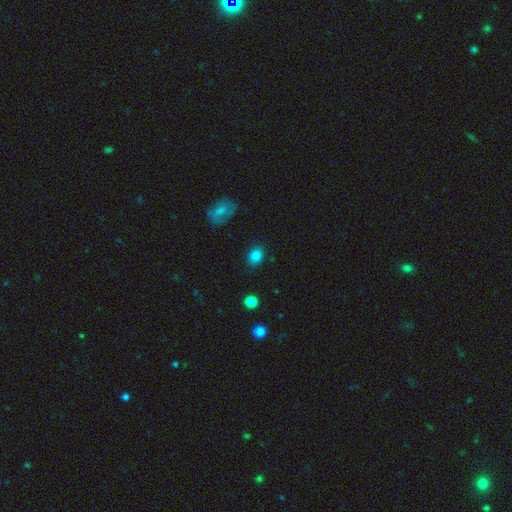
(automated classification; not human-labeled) smooth 84%, star or artifact 11%, featured or disk 5%. Down the decision tree: how rounded — in between (50%); merging — none (82%).